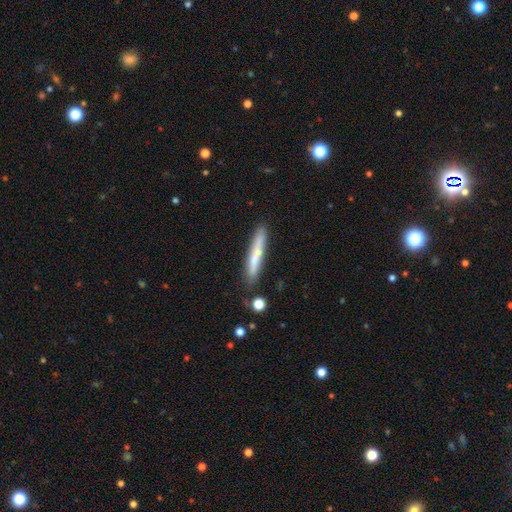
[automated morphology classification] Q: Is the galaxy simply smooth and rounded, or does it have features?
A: smooth — 62%.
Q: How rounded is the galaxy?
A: cigar-shaped — 95%.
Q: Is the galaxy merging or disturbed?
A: none — 81%.